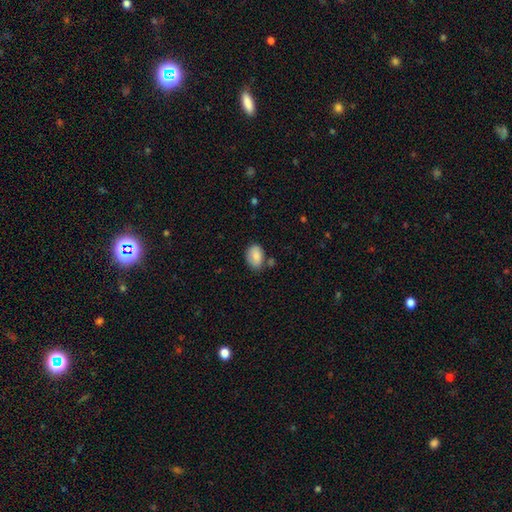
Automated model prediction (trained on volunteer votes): A smooth galaxy with no disk features (86%) that is in between round and cigar-shaped (81%). Merging: none (69%).